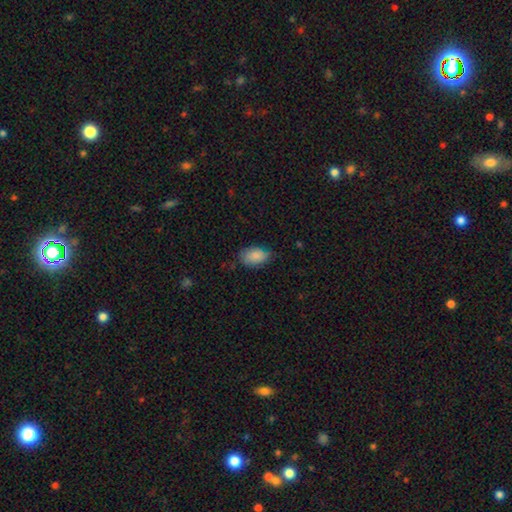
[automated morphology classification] This is clearly a smooth galaxy (84%). How rounded: clearly in between (90%). Merging: likely none (65%).